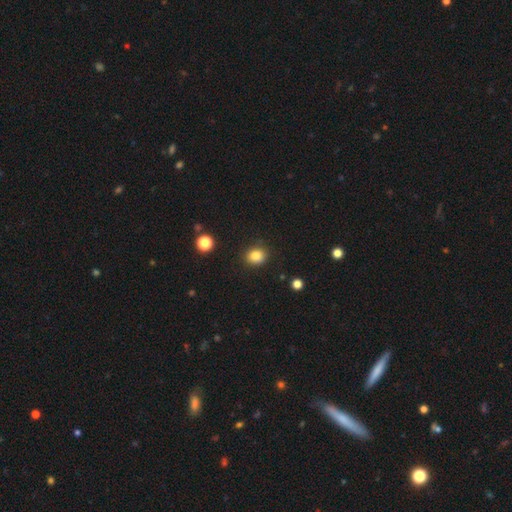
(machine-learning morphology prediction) Smooth or featured?
  - smooth: 84% *
  - star or artifact: 11%
  - featured or disk: 5%
How rounded?
  - round: 72% *
  - in between: 27%
  - cigar-shaped: 1%
Merging?
  - none: 88% *
  - minor disturbance: 8%
  - major disturbance: 2%
  - merger: 1%